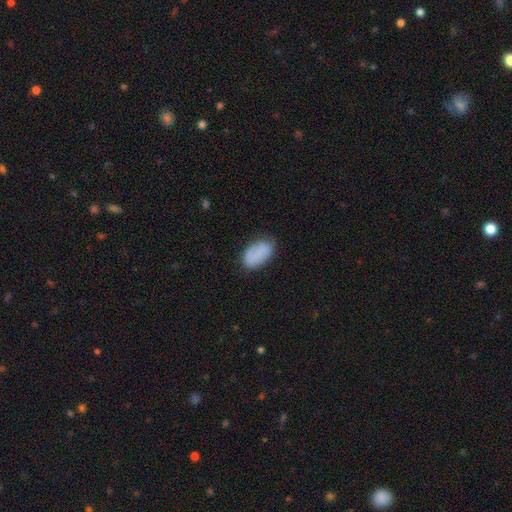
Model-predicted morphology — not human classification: smooth_or_featured: smooth (p=0.84) [alt: featured or disk p=0.09]
how_rounded: in between (p=0.94) [alt: round p=0.05]
merging: none (p=0.74) [alt: minor disturbance p=0.19]